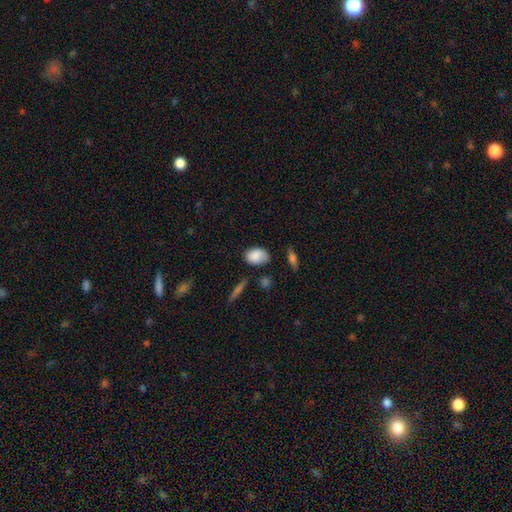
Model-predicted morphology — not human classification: Overall: smooth (83%). How rounded: in between (83%). Merging: none (67%).